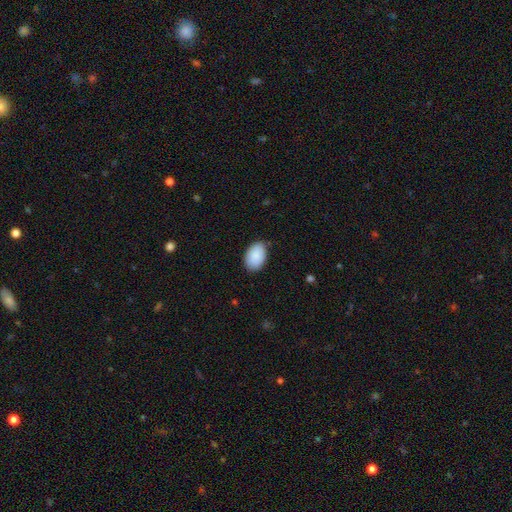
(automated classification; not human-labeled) The model was most divided on "merging": none: 81%, minor disturbance: 15%, major disturbance: 2%, merger: 1%. More confident: how rounded — in between (91%); smooth or featured — smooth (90%).